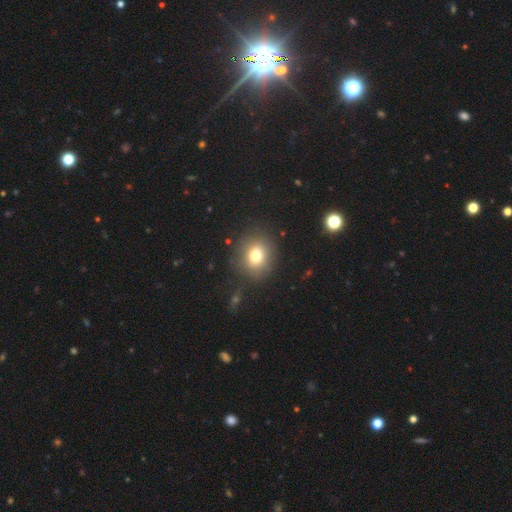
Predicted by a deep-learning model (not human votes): Overall: smooth (74%). How rounded: round (78%). Merging: none (83%).